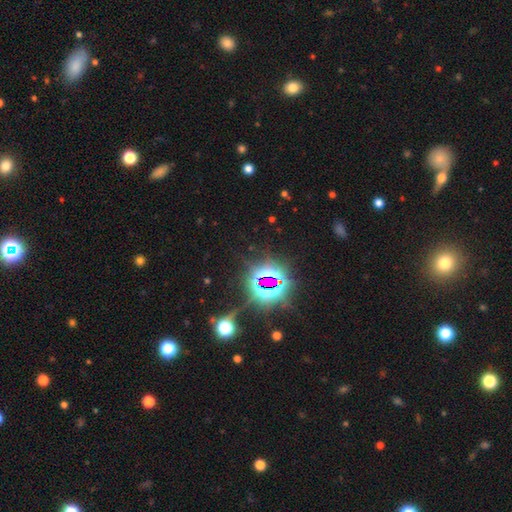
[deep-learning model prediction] Smooth or featured: star or artifact — 77% (smooth — 14%)